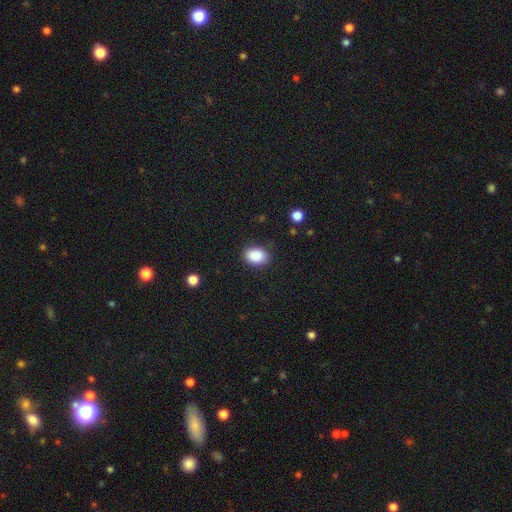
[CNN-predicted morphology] Smooth or featured?
  - smooth: 89% *
  - star or artifact: 8%
  - featured or disk: 3%
How rounded?
  - in between: 79% *
  - round: 20%
  - cigar-shaped: 1%
Merging?
  - none: 86% *
  - minor disturbance: 10%
  - major disturbance: 3%
  - merger: 1%